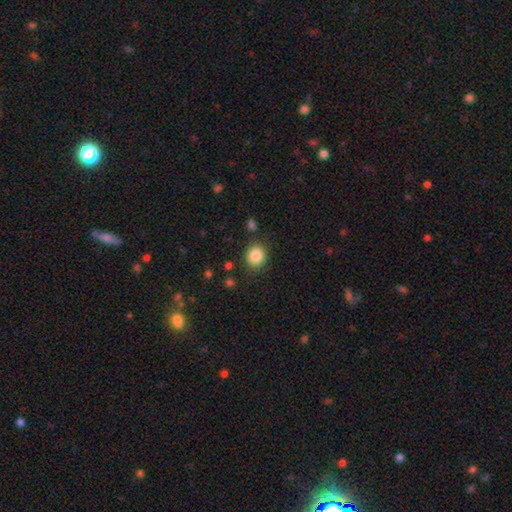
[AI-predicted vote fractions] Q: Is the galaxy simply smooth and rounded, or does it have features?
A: smooth — 86%.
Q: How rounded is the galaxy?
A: round — 77%.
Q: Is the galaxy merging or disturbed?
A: none — 83%.